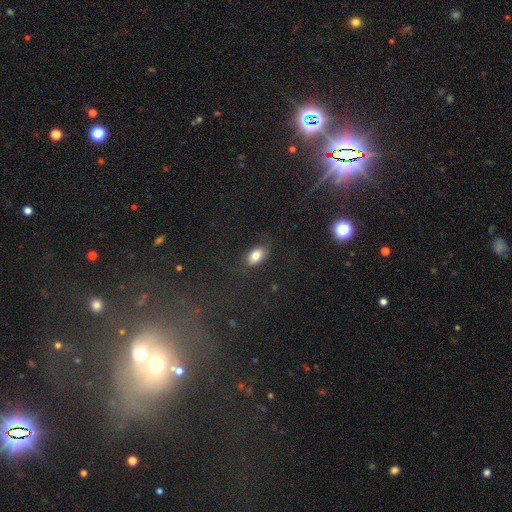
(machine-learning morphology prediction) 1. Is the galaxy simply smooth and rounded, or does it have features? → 82% smooth, 9% star or artifact, 9% featured or disk.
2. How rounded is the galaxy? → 91% in between, 6% round, 3% cigar-shaped.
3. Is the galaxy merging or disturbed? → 81% none, 13% minor disturbance, 5% major disturbance, 1% merger.